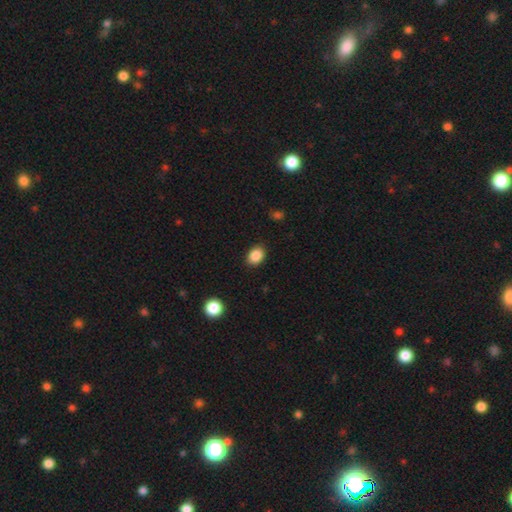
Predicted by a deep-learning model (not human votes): smooth-or-featured: smooth: 88% | star or artifact: 9% | featured or disk: 4%
  how-rounded: in between: 68% | round: 31% | cigar-shaped: 1%
  merging: none: 88% | minor disturbance: 9% | major disturbance: 2% | merger: 1%